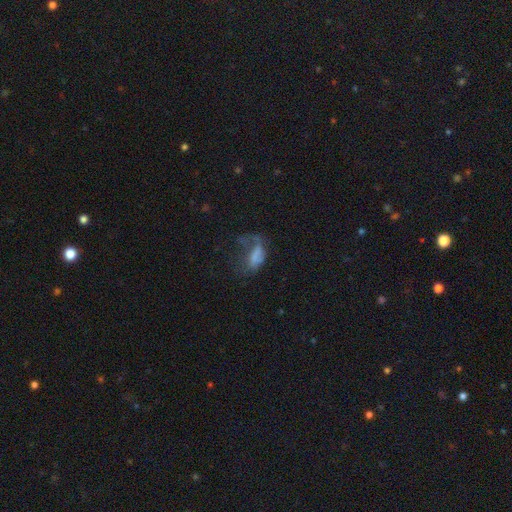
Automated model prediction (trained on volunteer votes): Q: Smooth or featured?
A: smooth (49%); runner-up: featured or disk (36%)
Q: Merging?
A: major disturbance (56%); runner-up: none (20%)